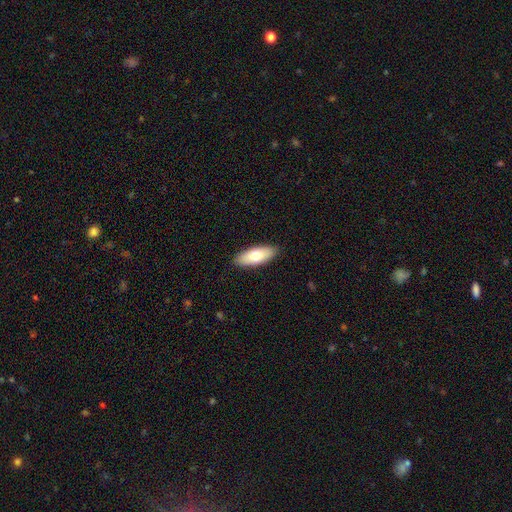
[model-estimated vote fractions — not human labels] Smooth or featured?
  - smooth: 73% *
  - featured or disk: 21%
  - star or artifact: 6%
How rounded?
  - in between: 77% *
  - cigar-shaped: 21%
  - round: 2%
Merging?
  - none: 89% *
  - minor disturbance: 8%
  - major disturbance: 2%
  - merger: 1%